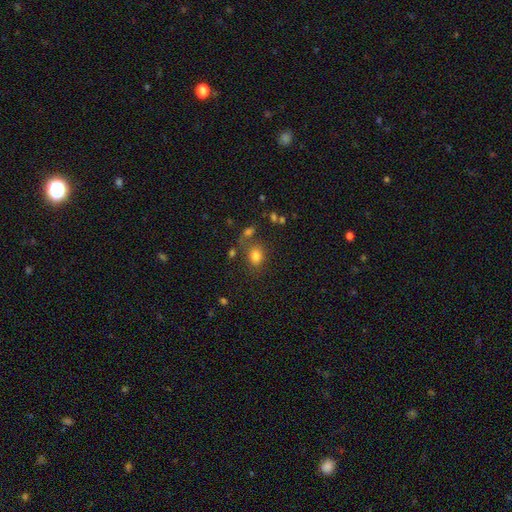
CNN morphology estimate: Q: Smooth or featured?
A: smooth (78%); runner-up: star or artifact (13%)
Q: How rounded?
A: in between (55%); runner-up: round (43%)
Q: Merging?
A: none (64%); runner-up: merger (15%)